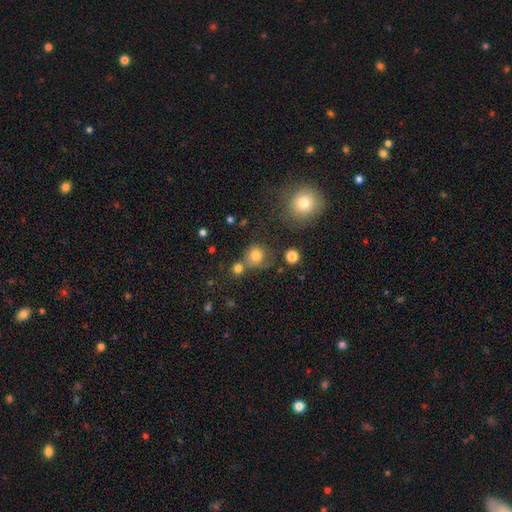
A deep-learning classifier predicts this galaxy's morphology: A smooth galaxy with no disk features (77%) that is round (84%). Merging: none (56%).